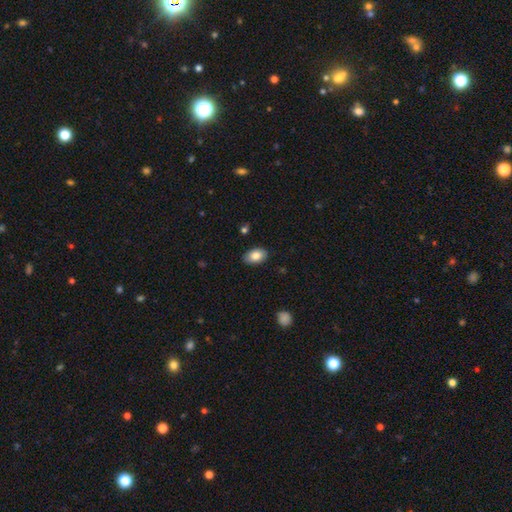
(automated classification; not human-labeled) This appears to be a smooth galaxy with no disk features (83%) that is in between round and cigar-shaped (91%). Merging: none (87%).